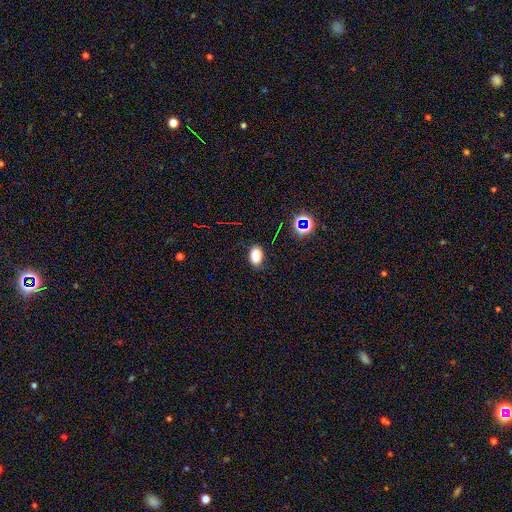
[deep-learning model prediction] smooth_or_featured: smooth (p=0.80) [alt: star or artifact p=0.14]
how_rounded: in between (p=0.87) [alt: round p=0.11]
merging: none (p=0.82) [alt: minor disturbance p=0.13]